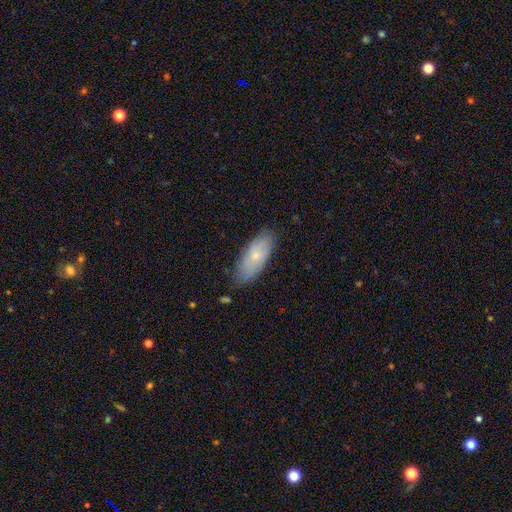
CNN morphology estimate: Smooth or featured? Predicted: smooth (p=0.66). How rounded? Predicted: in between (p=0.81). Merging? Predicted: none (p=0.76).